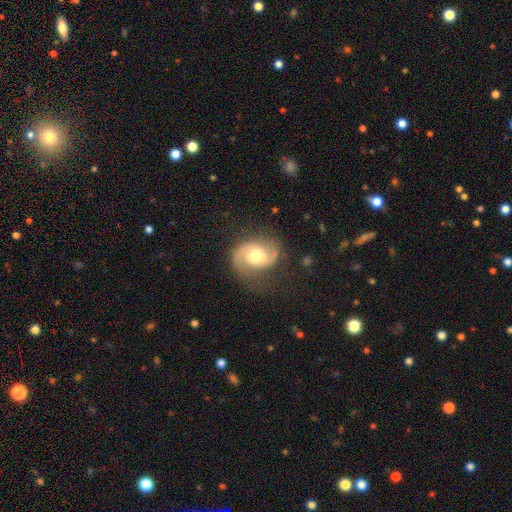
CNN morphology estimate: A featured or disk galaxy (84%) with no bar (54%), 2 (89%) medium (51%) spiral arms (96%) and a moderate central bulge (70%).

Vote fractions:
- Smooth or featured? featured or disk: 84% / smooth: 11% / star or artifact: 5%
- Edge-on disk? no: 98% / yes: 2%
- Bar? no: 54% / weak: 38% / strong: 8%
- Spiral arms? yes: 96% / no: 4%
- Spiral winding? medium: 51% / tight: 25% / loose: 24%
- Spiral arm count? 2: 89% / 1: 4% / can't tell: 4% / 3: 1% / 4: 1% / more than 4: 1%
- Bulge size? moderate: 70% / small: 18% / large: 10% / dominant: 1% / none: 1%
- Merging? none: 71% / minor disturbance: 19% / major disturbance: 9% / merger: 1%